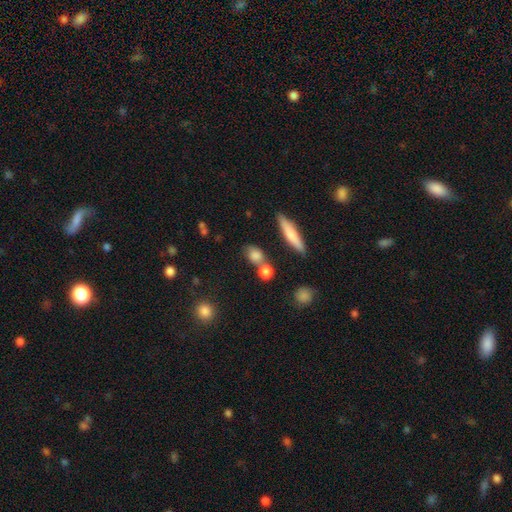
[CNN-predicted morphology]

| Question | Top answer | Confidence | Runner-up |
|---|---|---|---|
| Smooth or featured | smooth | 78% | star or artifact (11%) |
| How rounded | round | 48% | in between (40%) |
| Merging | none | 54% | merger (28%) |